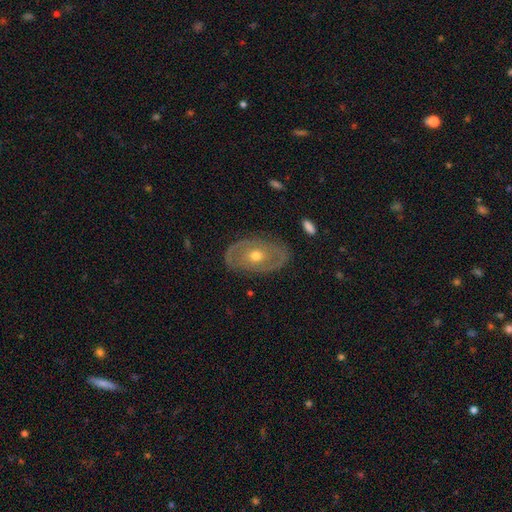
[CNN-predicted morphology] This appears to be a featured or disk galaxy (74%) with no bar (78%), spiral arms (56%) and a moderate central bulge (68%). Merging: none (83%).